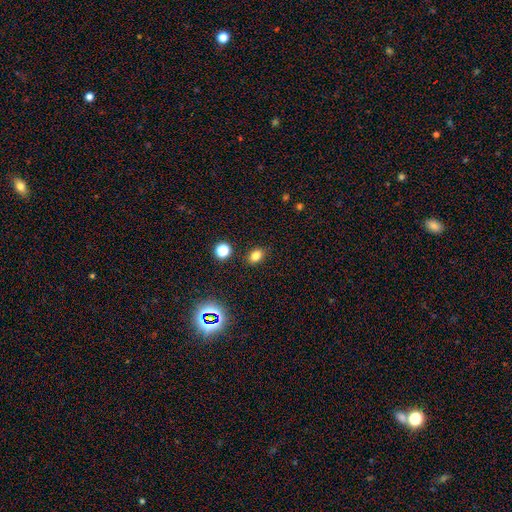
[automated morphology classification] Smooth or featured?
  - smooth: 78% *
  - star or artifact: 15%
  - featured or disk: 7%
How rounded?
  - in between: 72% *
  - round: 26%
  - cigar-shaped: 1%
Merging?
  - none: 87% *
  - minor disturbance: 8%
  - merger: 2%
  - major disturbance: 2%